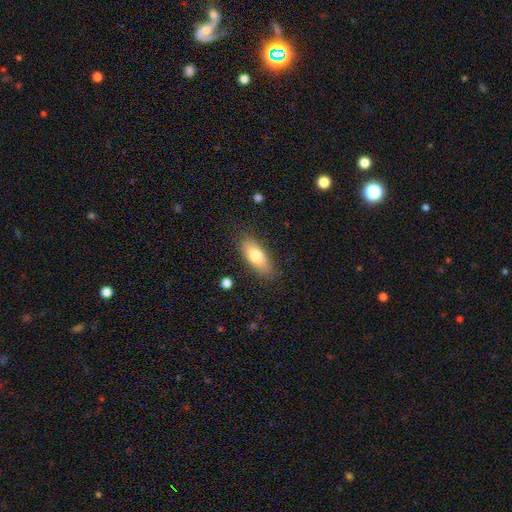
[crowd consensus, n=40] smooth_or_featured: smooth (p=0.90) [alt: featured or disk p=0.05]
how_rounded: in between (p=0.83) [alt: cigar-shaped p=0.17]
merging: none (p=0.89) [alt: minor disturbance p=0.05]